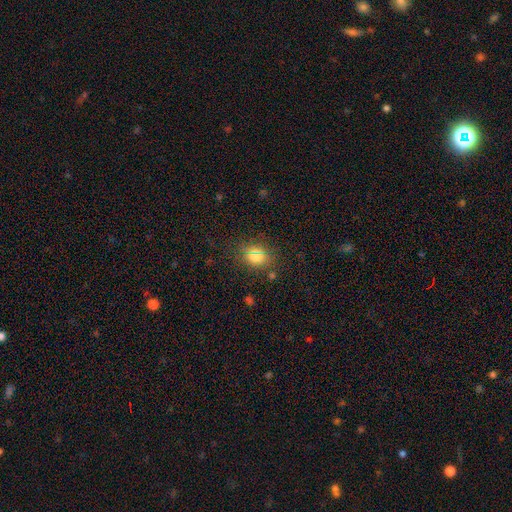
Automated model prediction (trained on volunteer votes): smooth-or-featured: smooth: 70% | star or artifact: 21% | featured or disk: 9%
  how-rounded: round: 54% | in between: 44% | cigar-shaped: 3%
  merging: none: 84% | minor disturbance: 10% | major disturbance: 3% | merger: 2%